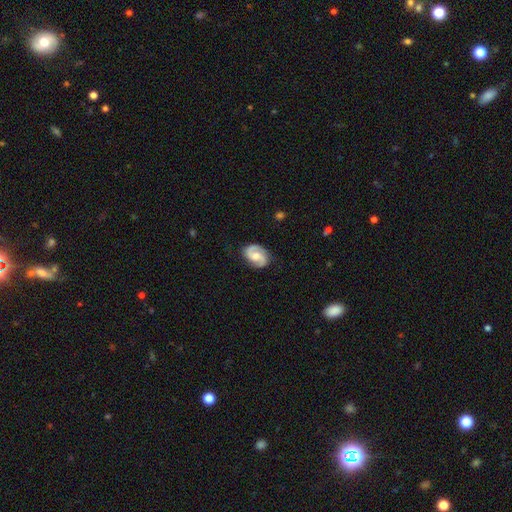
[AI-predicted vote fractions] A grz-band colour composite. It shows a featured or disk galaxy (84%) with no bar (48%), 2 (93%) medium (51%) spiral arms (97%) and a moderate central bulge (64%). Merging: none (83%).